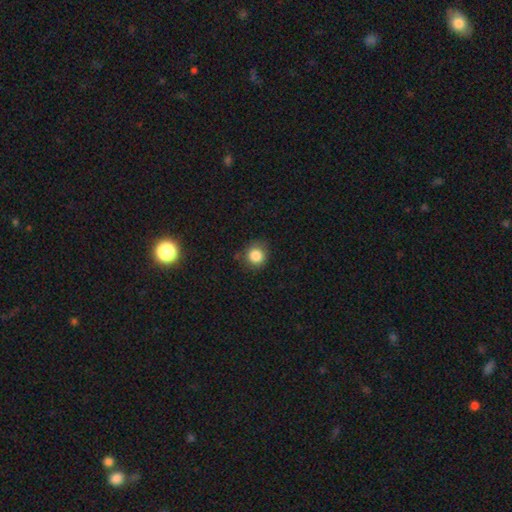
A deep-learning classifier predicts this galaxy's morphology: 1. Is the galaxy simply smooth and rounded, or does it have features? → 84% smooth, 11% star or artifact, 5% featured or disk.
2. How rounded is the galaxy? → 88% round, 11% in between, 1% cigar-shaped.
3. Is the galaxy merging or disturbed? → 80% none, 14% minor disturbance, 4% major disturbance, 2% merger.